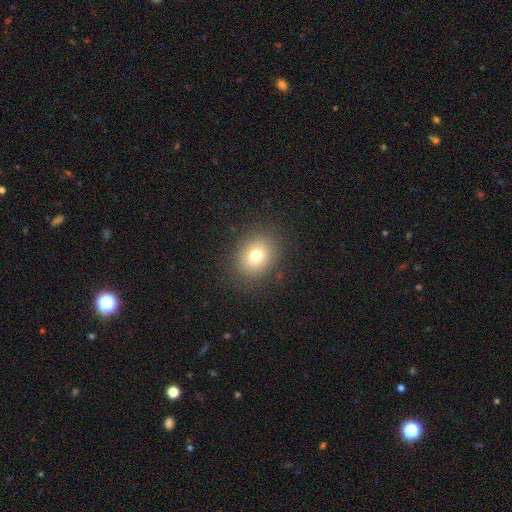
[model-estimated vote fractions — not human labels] smooth-or-featured: smooth: 77% | star or artifact: 12% | featured or disk: 11%
  how-rounded: round: 53% | in between: 47% | cigar-shaped: 1%
  merging: none: 86% | minor disturbance: 9% | major disturbance: 4% | merger: 1%